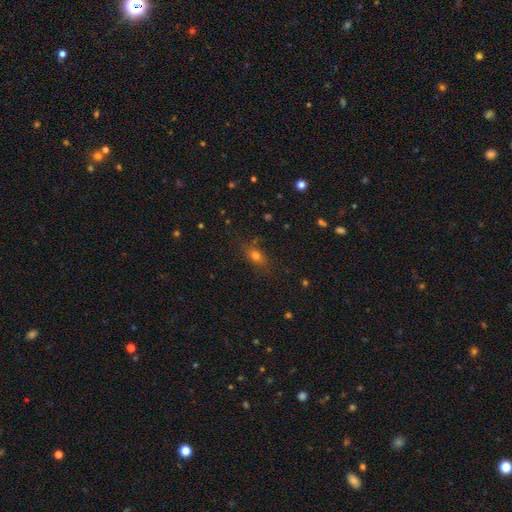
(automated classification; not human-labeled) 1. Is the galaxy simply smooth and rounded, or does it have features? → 69% smooth, 18% star or artifact, 12% featured or disk.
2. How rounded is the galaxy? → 65% in between, 25% round, 10% cigar-shaped.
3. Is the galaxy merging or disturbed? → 77% none, 15% minor disturbance, 5% major disturbance, 2% merger.